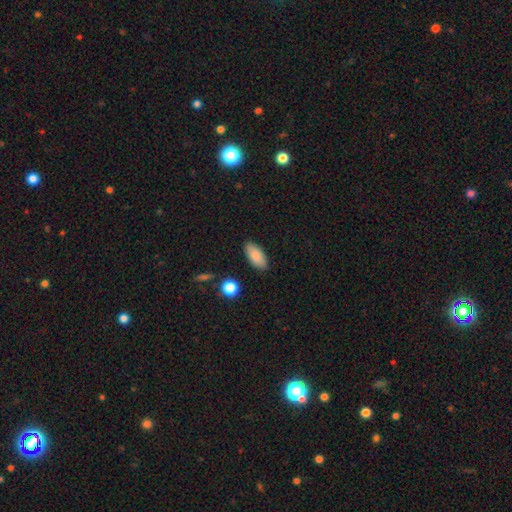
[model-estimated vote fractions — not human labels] This is clearly a smooth galaxy (85%). How rounded: clearly in between (91%). Merging: clearly none (86%).